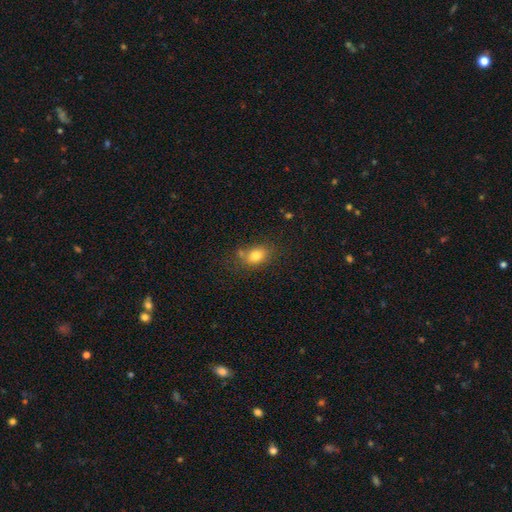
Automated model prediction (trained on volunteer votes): A smooth galaxy with no disk features (79%) that is in between round and cigar-shaped (67%). Merging: none (65%).